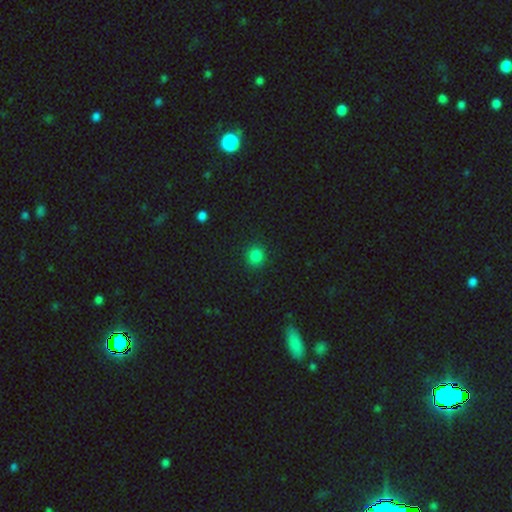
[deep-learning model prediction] The model was most divided on "smooth or featured": smooth: 84%, star or artifact: 13%, featured or disk: 4%. More confident: merging — none (91%); how rounded — round (88%).